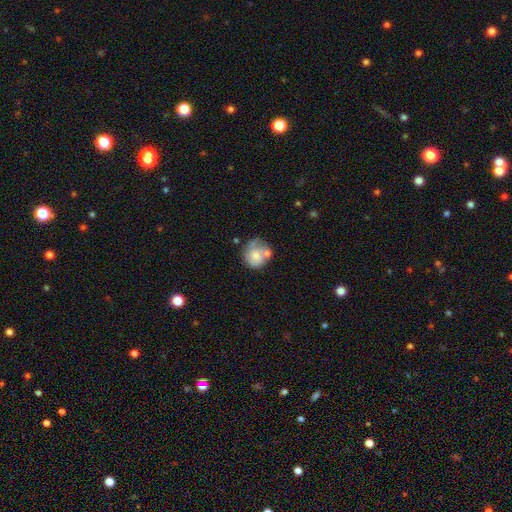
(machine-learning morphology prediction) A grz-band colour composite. It shows a smooth galaxy with no disk features (59%) that is round (81%). Merging: none (44%).